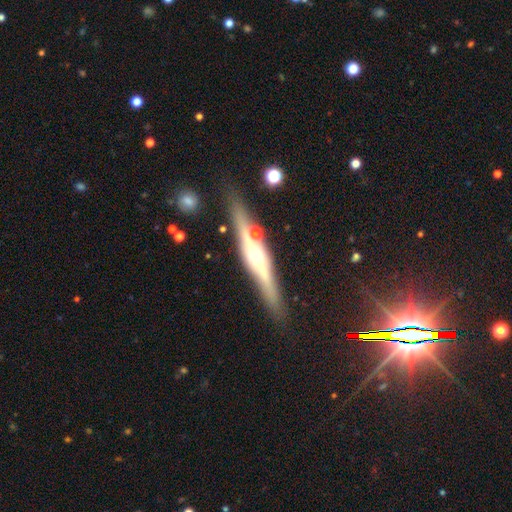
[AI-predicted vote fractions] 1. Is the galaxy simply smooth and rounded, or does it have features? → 73% featured or disk, 20% smooth, 7% star or artifact.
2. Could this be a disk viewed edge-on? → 93% yes, 7% no.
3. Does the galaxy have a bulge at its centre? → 85% rounded, 9% boxy, 6% none.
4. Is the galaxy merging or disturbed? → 80% none, 11% minor disturbance, 6% merger, 3% major disturbance.